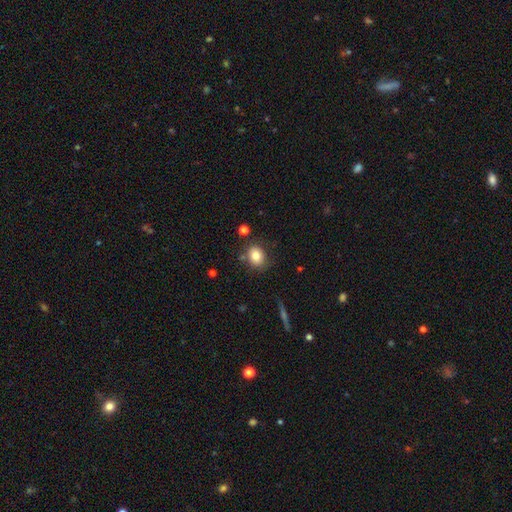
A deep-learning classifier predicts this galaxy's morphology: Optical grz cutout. It shows a smooth galaxy with no disk features (81%) that is round (50%). Merging: none (76%).